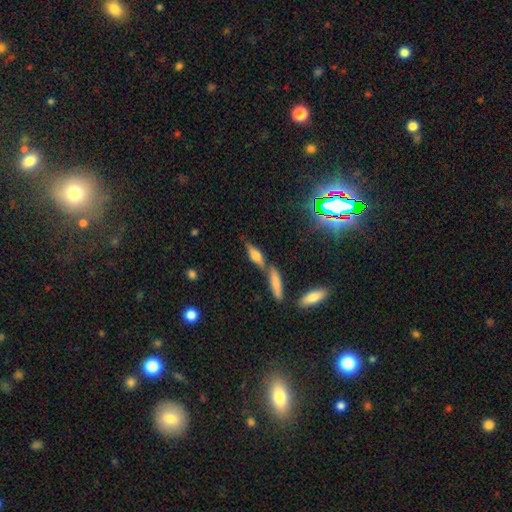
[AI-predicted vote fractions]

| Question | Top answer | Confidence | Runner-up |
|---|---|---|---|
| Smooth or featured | smooth | 50% | featured or disk (40%) |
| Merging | none | 57% | merger (27%) |